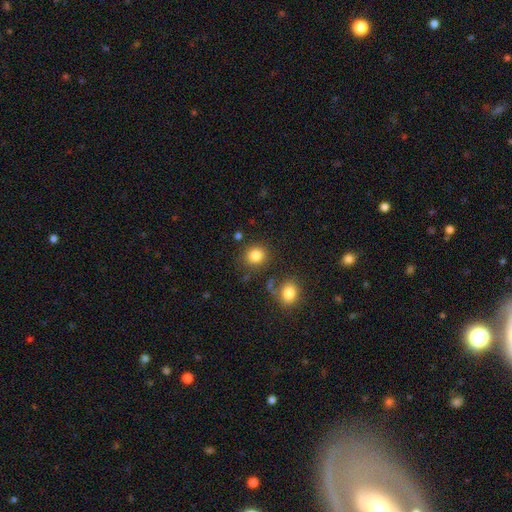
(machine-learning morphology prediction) Q: Smooth or featured?
A: smooth (84%); runner-up: star or artifact (11%)
Q: How rounded?
A: round (83%); runner-up: in between (16%)
Q: Merging?
A: none (82%); runner-up: minor disturbance (9%)